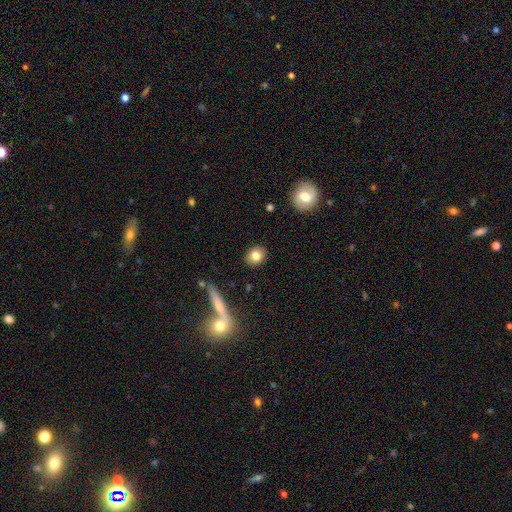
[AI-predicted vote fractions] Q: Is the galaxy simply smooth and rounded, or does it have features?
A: smooth — 81%.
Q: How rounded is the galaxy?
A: round — 58%.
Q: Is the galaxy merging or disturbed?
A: none — 88%.